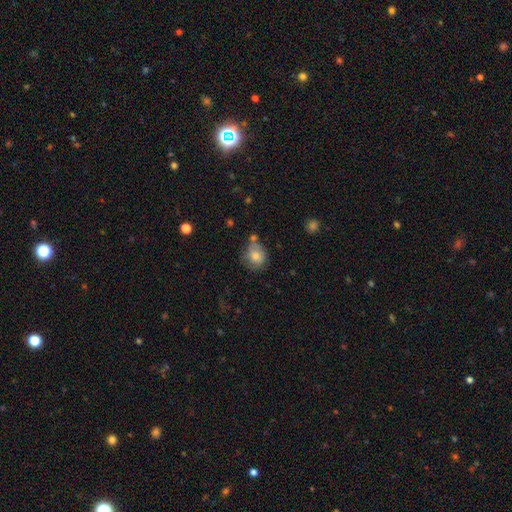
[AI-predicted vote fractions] Smooth or featured? Predicted: smooth (p=0.75). How rounded? Predicted: round (p=0.69). Merging? Predicted: none (p=0.54).